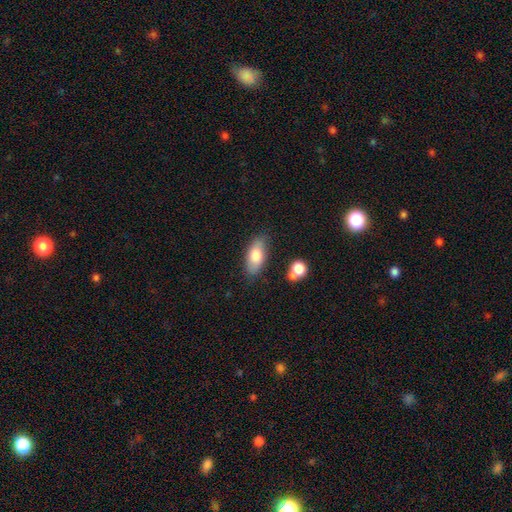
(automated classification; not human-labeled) Smooth or featured? Predicted: smooth (p=0.77). How rounded? Predicted: in between (p=0.85). Merging? Predicted: none (p=0.77).